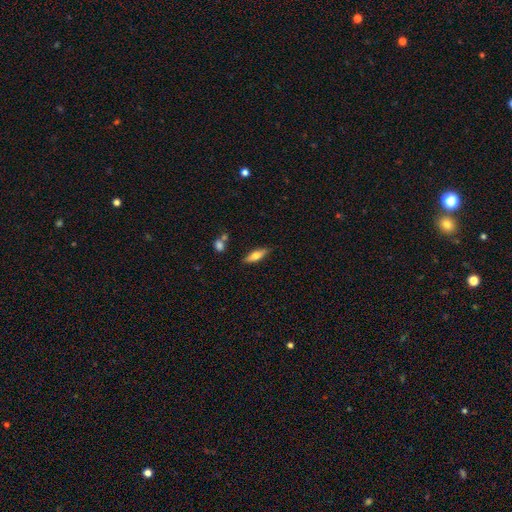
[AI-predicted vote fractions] smooth 58%, featured or disk 35%, star or artifact 7%. Down the decision tree: how rounded — in between (50%); merging — none (83%).